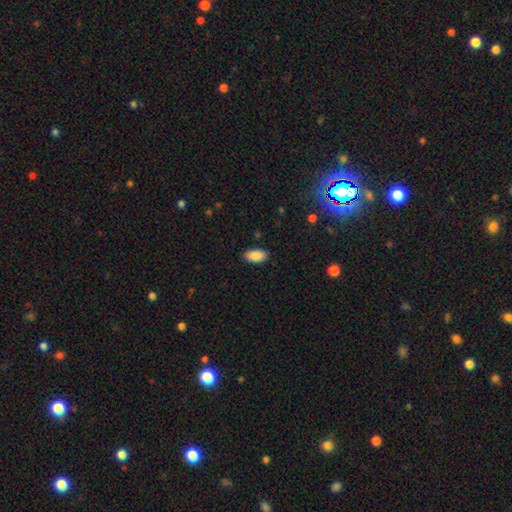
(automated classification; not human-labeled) Smooth or featured? smooth (89%)
How rounded? in between (94%)
Merging? none (87%)